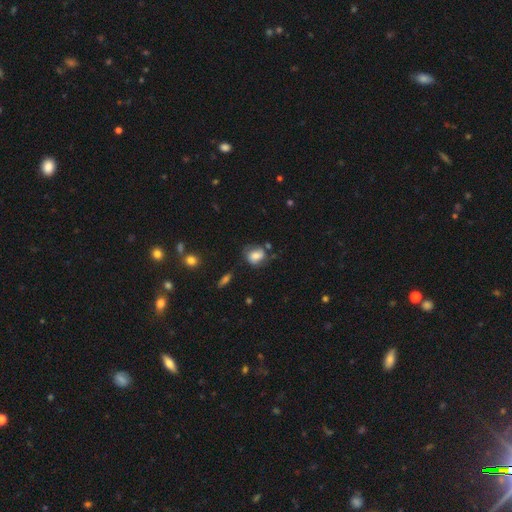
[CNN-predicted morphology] The model was most divided on "how rounded": round: 50%, in between: 48%, cigar-shaped: 1%. More confident: smooth or featured — smooth (66%); merging — none (54%).